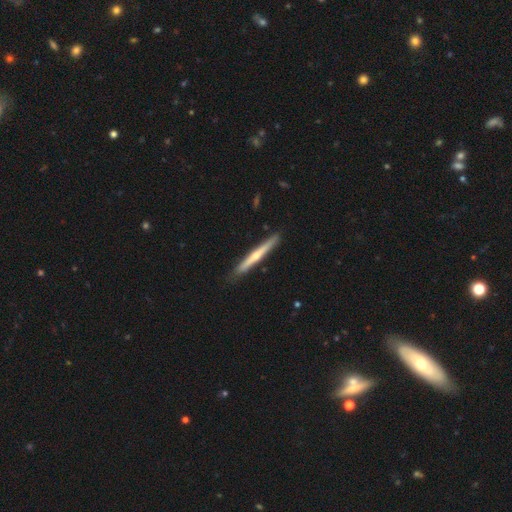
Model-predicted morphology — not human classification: Smooth or featured?
  - featured or disk: 60% *
  - smooth: 35%
  - star or artifact: 5%
Edge-on disk?
  - yes: 97% *
  - no: 3%
Edge-on bulge?
  - rounded: 71% *
  - none: 25%
  - boxy: 4%
Merging?
  - none: 89% *
  - minor disturbance: 8%
  - major disturbance: 1%
  - merger: 1%